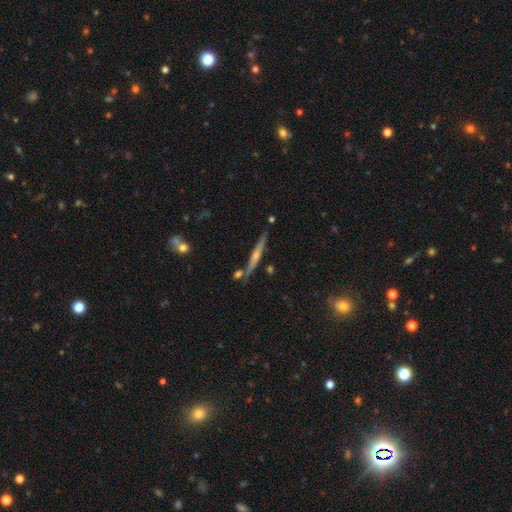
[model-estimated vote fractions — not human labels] Overall: featured or disk (72%). Edge-on disk: yes (97%). Edge-on bulge: rounded (73%). Merging: none (83%).